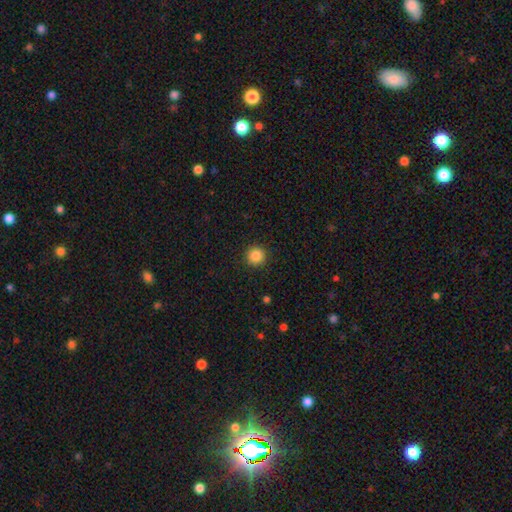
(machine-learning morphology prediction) The model was most divided on "smooth or featured": smooth: 86%, star or artifact: 10%, featured or disk: 3%. More confident: how rounded — round (95%); merging — none (92%).